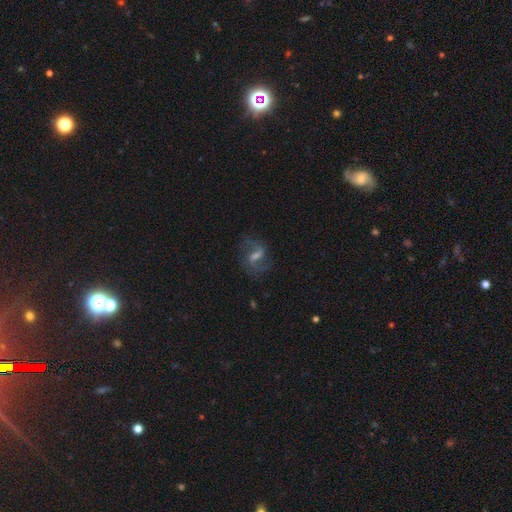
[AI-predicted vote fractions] This is likely a featured or disk galaxy (76%). It is clearly not viewed edge-on (96%). Bar: possibly weak (50%). Spiral arm pattern: clearly yes (92%). Spiral arm count: clearly 2 (87%). Spiral winding: possibly loose (48%). Central bulge: marginally moderate (38%). Merging: likely none (73%).